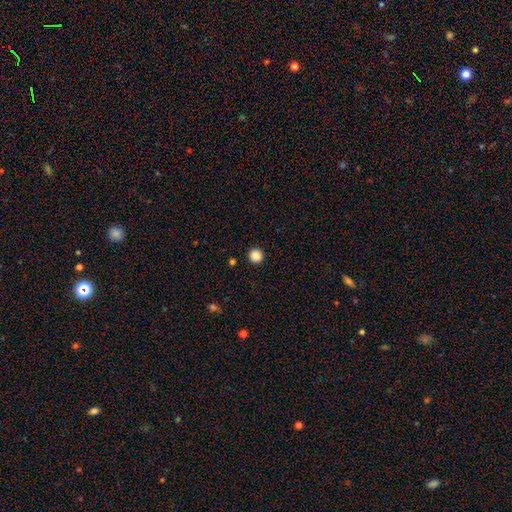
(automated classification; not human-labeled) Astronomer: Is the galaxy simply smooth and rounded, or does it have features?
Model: smooth — 87%.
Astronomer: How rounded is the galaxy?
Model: round — 96%.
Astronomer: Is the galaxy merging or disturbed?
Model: none — 93%.